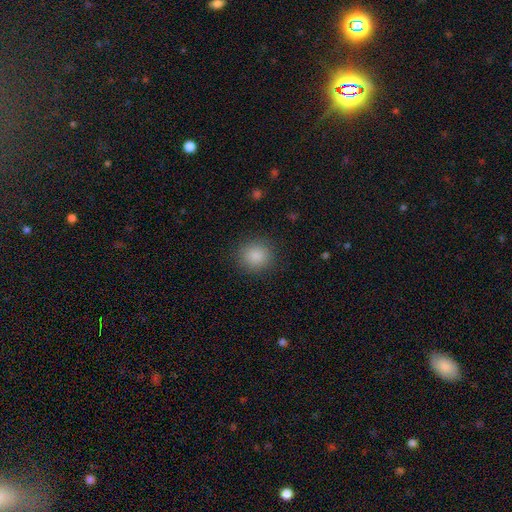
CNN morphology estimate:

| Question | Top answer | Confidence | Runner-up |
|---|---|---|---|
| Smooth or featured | smooth | 86% | star or artifact (10%) |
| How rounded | round | 87% | in between (12%) |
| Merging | none | 88% | minor disturbance (8%) |